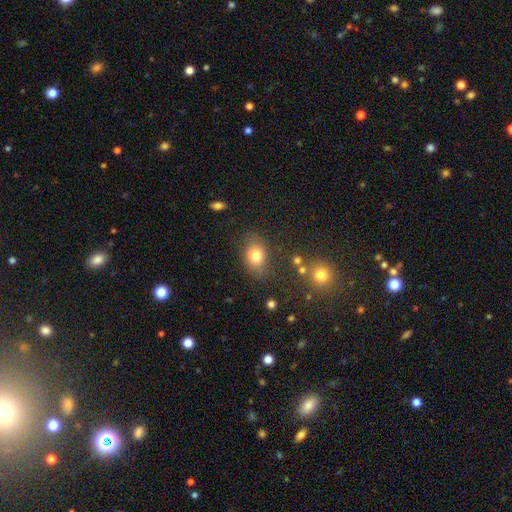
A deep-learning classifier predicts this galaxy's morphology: This appears to be a smooth galaxy with no disk features (77%) that is in between round and cigar-shaped (66%). Merging: none (70%).